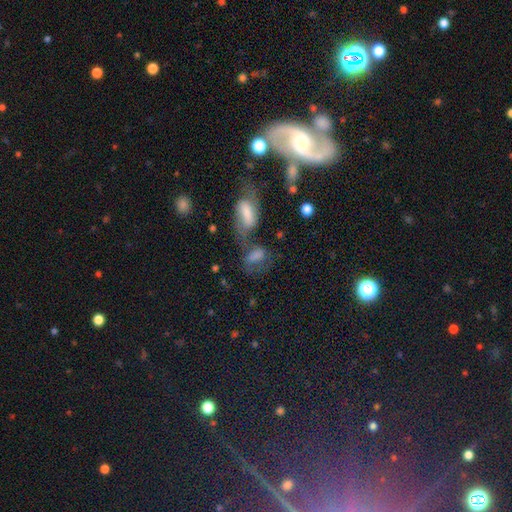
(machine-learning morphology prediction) type=smooth (52%); roundness=in between (78%); merging=none (38%).